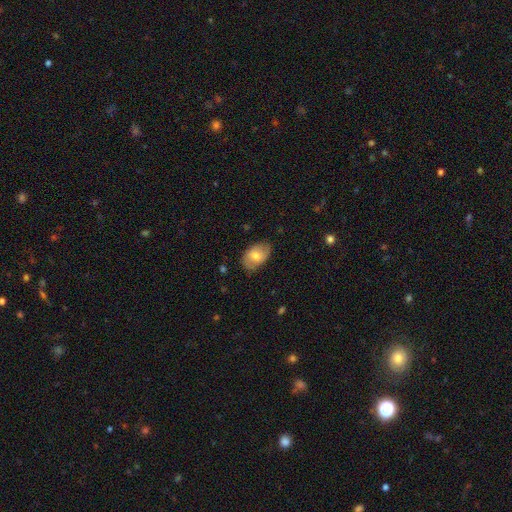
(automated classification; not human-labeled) The model was most divided on "smooth or featured": smooth: 62%, featured or disk: 31%, star or artifact: 7%. More confident: how rounded — in between (88%); merging — none (77%).